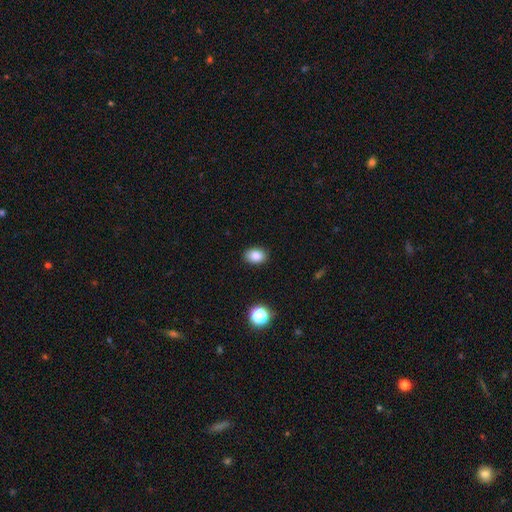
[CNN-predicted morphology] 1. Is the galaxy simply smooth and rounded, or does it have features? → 85% smooth, 10% star or artifact, 5% featured or disk.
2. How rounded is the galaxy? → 74% in between, 25% round, 1% cigar-shaped.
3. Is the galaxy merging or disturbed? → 88% none, 9% minor disturbance, 2% major disturbance, 1% merger.